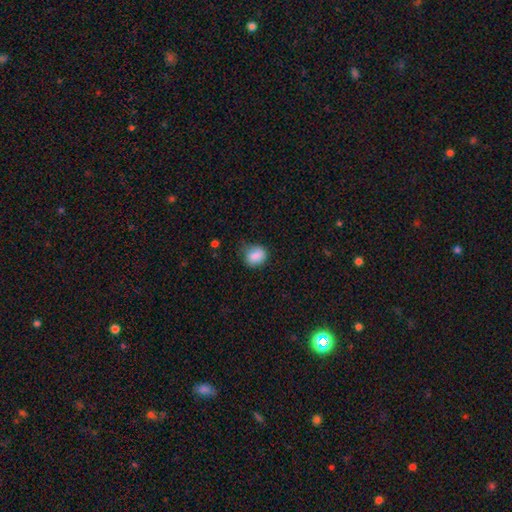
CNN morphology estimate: Smooth or featured? smooth (86%)
How rounded? round (61%)
Merging? none (61%)